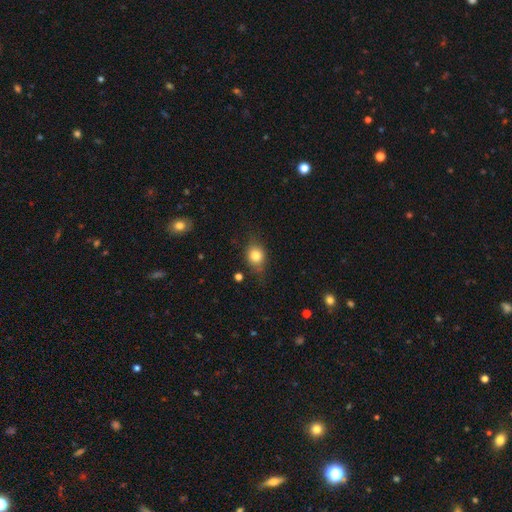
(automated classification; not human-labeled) Q: Smooth or featured?
A: smooth (79%); runner-up: featured or disk (11%)
Q: How rounded?
A: round (56%); runner-up: in between (43%)
Q: Merging?
A: none (71%); runner-up: minor disturbance (21%)